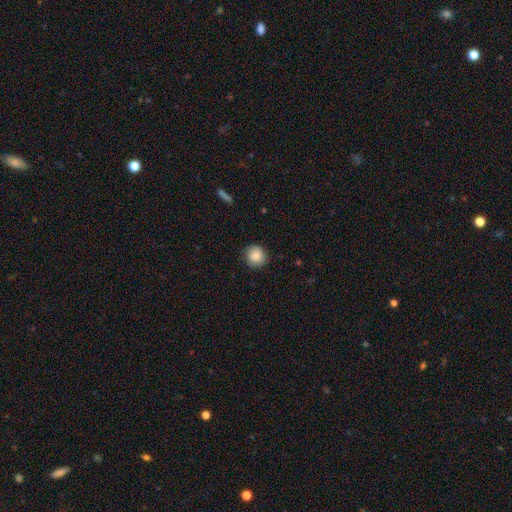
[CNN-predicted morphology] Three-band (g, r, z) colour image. It shows a smooth galaxy with no disk features (87%) that is round (92%). Merging: none (85%).